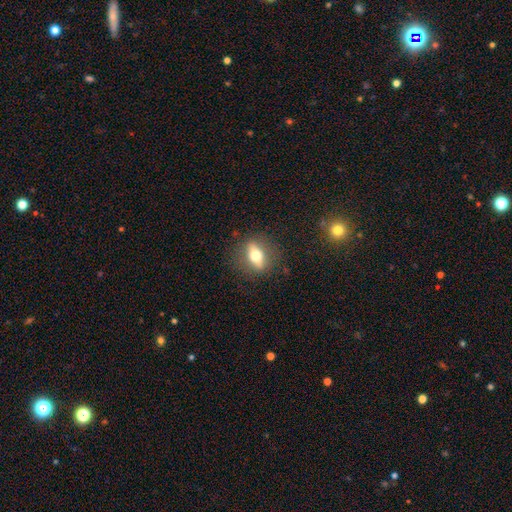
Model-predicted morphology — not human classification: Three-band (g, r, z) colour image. It shows a smooth galaxy with no disk features (47%). Merging: none (84%).